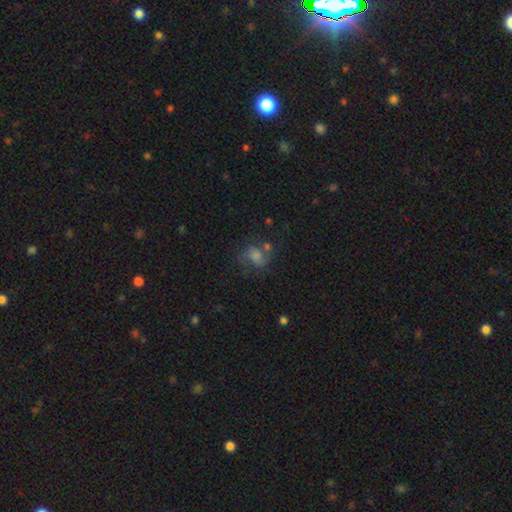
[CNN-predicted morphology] Smooth or featured?
  - smooth: 41% *
  - featured or disk: 39%
  - star or artifact: 20%
Merging?
  - none: 49% *
  - minor disturbance: 20%
  - major disturbance: 18%
  - merger: 13%